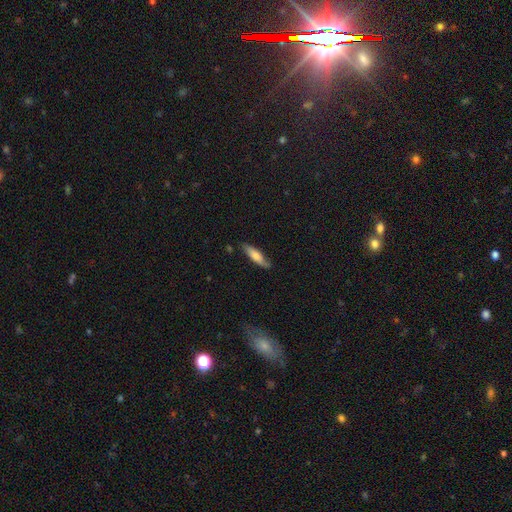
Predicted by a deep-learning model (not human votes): smooth-or-featured: smooth: 68% | featured or disk: 26% | star or artifact: 6%
  how-rounded: cigar-shaped: 68% | in between: 30% | round: 2%
  merging: none: 77% | minor disturbance: 18% | major disturbance: 3% | merger: 2%